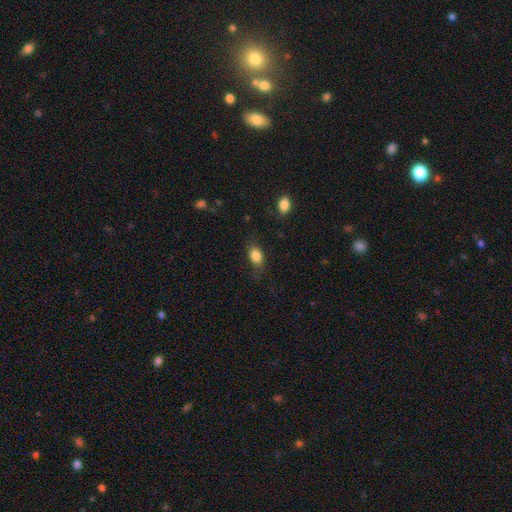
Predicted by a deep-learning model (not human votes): Q: Smooth or featured?
A: smooth (84%); runner-up: star or artifact (8%)
Q: How rounded?
A: in between (83%); runner-up: round (14%)
Q: Merging?
A: none (73%); runner-up: minor disturbance (19%)